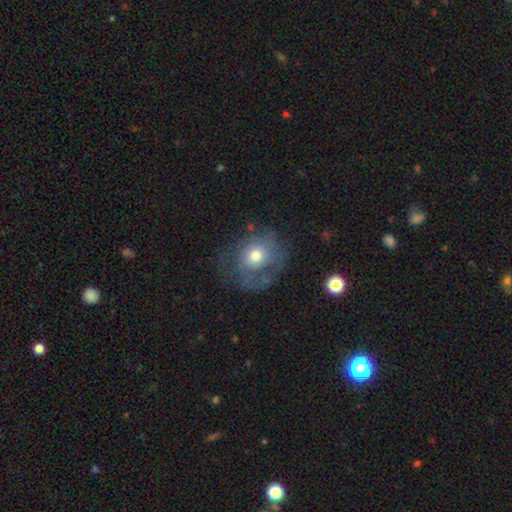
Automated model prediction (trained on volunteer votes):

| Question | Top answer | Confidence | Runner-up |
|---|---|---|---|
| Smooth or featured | smooth | 53% | featured or disk (37%) |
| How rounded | round | 67% | in between (32%) |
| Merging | none | 45% | major disturbance (29%) |